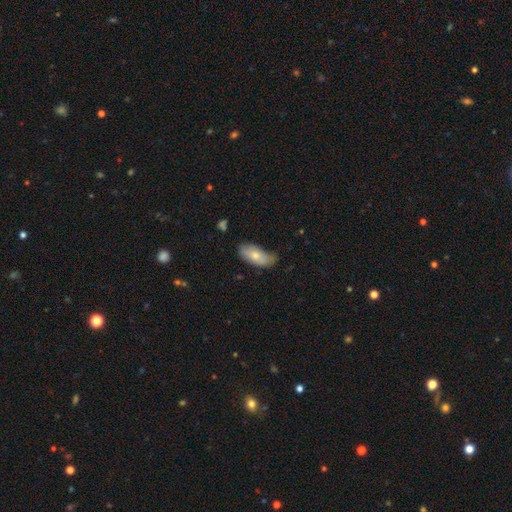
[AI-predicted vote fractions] The model was most divided on "merging": none: 57%, minor disturbance: 34%, major disturbance: 7%, merger: 2%. More confident: how rounded — in between (88%); smooth or featured — smooth (73%).